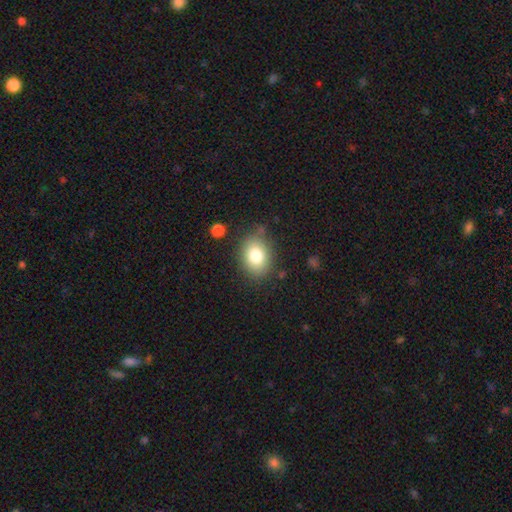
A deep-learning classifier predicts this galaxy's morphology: smooth_or_featured: smooth (p=0.80) [alt: featured or disk p=0.11]
how_rounded: in between (p=0.60) [alt: round p=0.39]
merging: none (p=0.81) [alt: minor disturbance p=0.13]